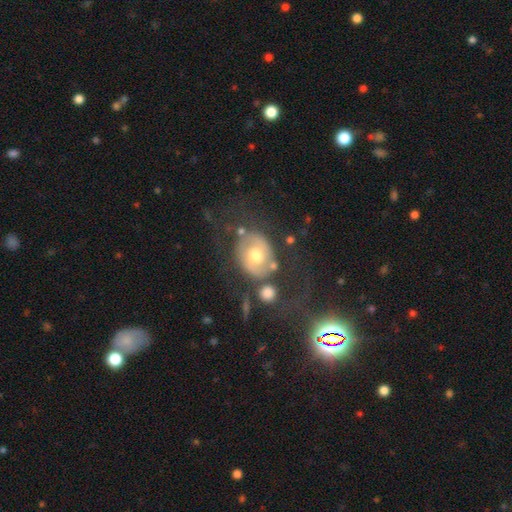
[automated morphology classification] Smooth or featured: featured or disk — 51% (smooth — 40%)
Edge-on disk: no — 95% (yes — 5%)
Merging: none — 56% (minor disturbance — 18%)